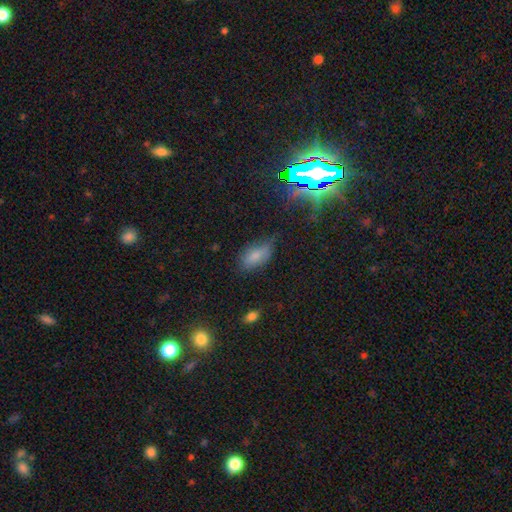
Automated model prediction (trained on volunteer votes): Smooth or featured: smooth — 74% (star or artifact — 14%)
How rounded: in between — 91% (cigar-shaped — 5%)
Merging: none — 61% (minor disturbance — 29%)